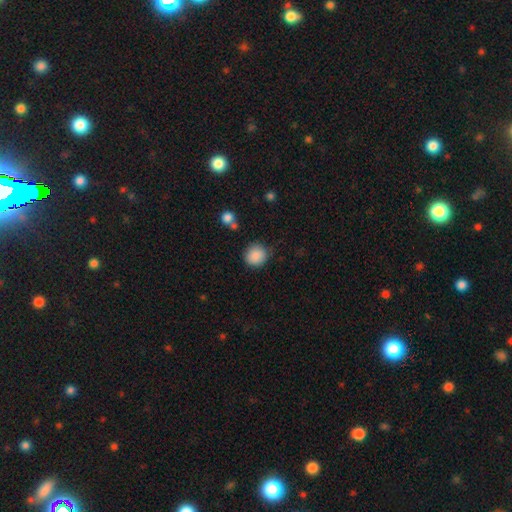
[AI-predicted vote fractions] A smooth galaxy with no disk features (88%) that is round (90%).

Vote fractions:
- Smooth or featured? smooth: 88% / star or artifact: 9% / featured or disk: 4%
- How rounded? round: 90% / in between: 9% / cigar-shaped: 1%
- Merging? none: 83% / minor disturbance: 11% / major disturbance: 3% / merger: 3%